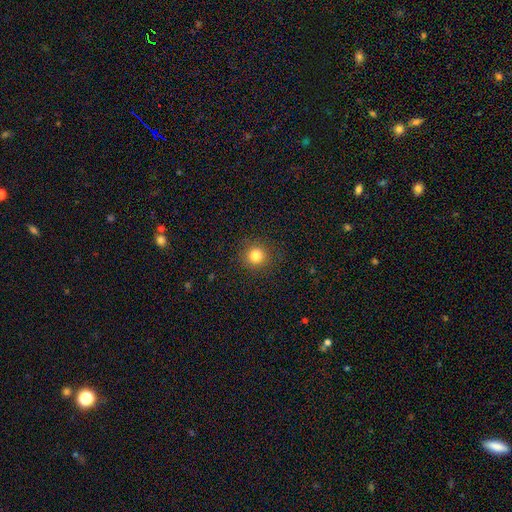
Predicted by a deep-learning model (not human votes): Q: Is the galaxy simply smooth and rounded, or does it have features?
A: smooth — 82%.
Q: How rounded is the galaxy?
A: round — 92%.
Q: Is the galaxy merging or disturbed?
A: none — 90%.